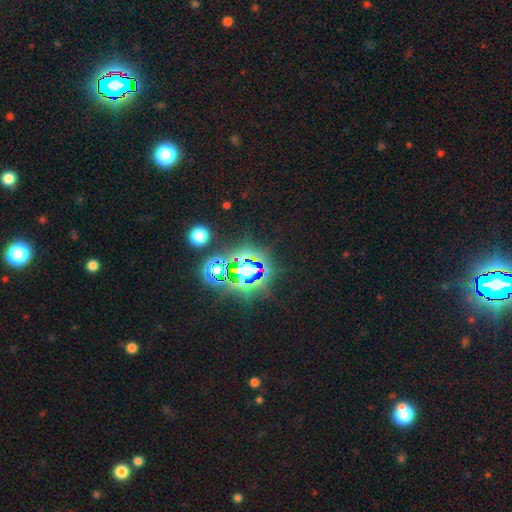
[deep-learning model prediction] smooth_or_featured: star or artifact (p=0.77) [alt: smooth p=0.14]